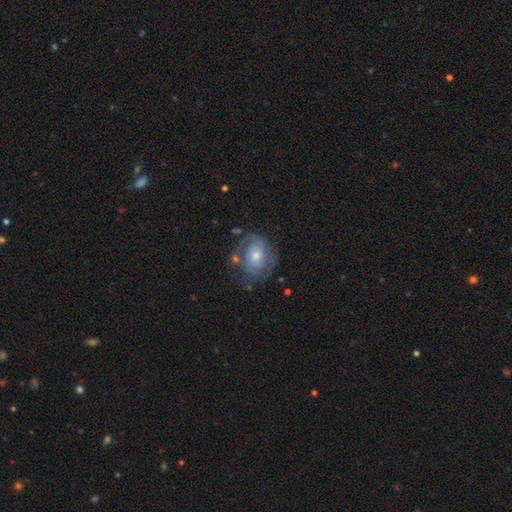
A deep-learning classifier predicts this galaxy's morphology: Q: Smooth or featured?
A: featured or disk (68%); runner-up: smooth (25%)
Q: Edge-on disk?
A: no (97%); runner-up: yes (3%)
Q: Bar?
A: no (76%); runner-up: weak (21%)
Q: Spiral arms?
A: yes (83%); runner-up: no (17%)
Q: Spiral winding?
A: tight (49%); runner-up: medium (36%)
Q: Spiral arm count?
A: 2 (44%); runner-up: can't tell (32%)
Q: Bulge size?
A: small (49%); runner-up: moderate (41%)
Q: Merging?
A: none (57%); runner-up: minor disturbance (22%)